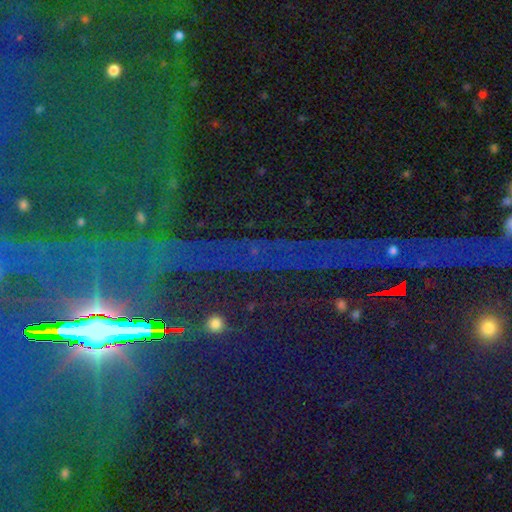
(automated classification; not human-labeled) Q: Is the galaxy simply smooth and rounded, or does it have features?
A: star or artifact — 86%.